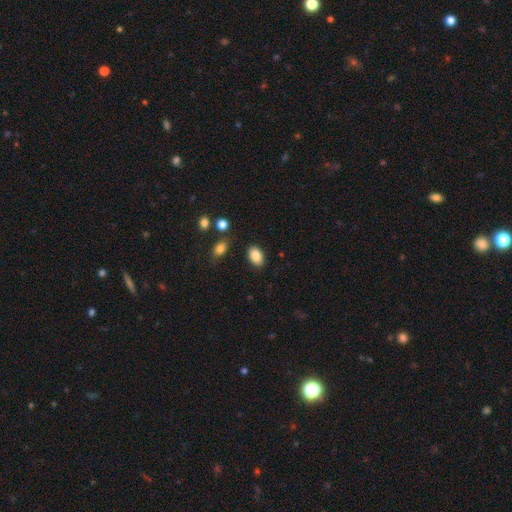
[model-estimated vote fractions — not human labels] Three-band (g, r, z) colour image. It shows a smooth galaxy with no disk features (87%) that is in between round and cigar-shaped (86%). Merging: none (84%).